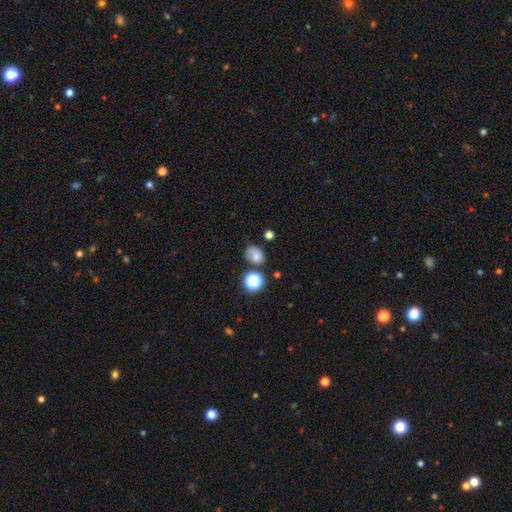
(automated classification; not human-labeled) Q: Smooth or featured?
A: smooth (72%); runner-up: star or artifact (16%)
Q: How rounded?
A: in between (51%); runner-up: round (48%)
Q: Merging?
A: none (62%); runner-up: minor disturbance (21%)